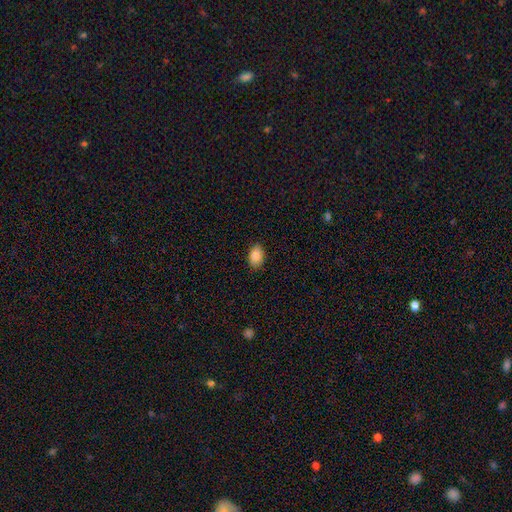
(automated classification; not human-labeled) Overall: smooth (89%). How rounded: in between (87%). Merging: none (86%).